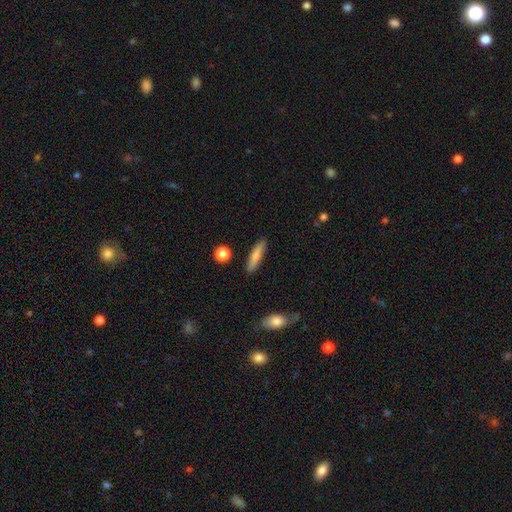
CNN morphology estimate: smooth_or_featured: smooth (p=0.79) [alt: featured or disk p=0.15]
how_rounded: cigar-shaped (p=0.77) [alt: in between p=0.20]
merging: none (p=0.87) [alt: minor disturbance p=0.09]